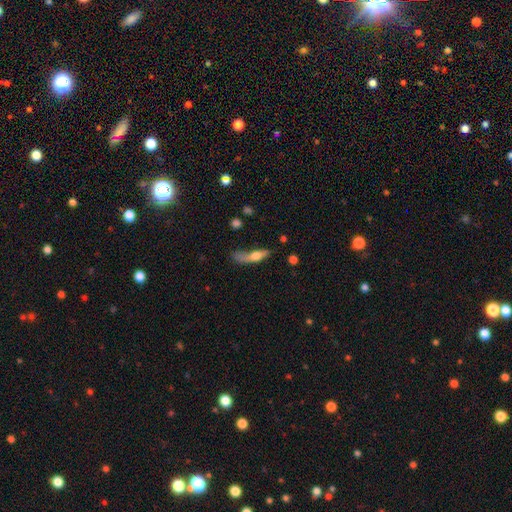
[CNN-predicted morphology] Q: Smooth or featured?
A: smooth (58%); runner-up: featured or disk (35%)
Q: How rounded?
A: cigar-shaped (65%); runner-up: in between (31%)
Q: Merging?
A: none (33%); runner-up: major disturbance (30%)